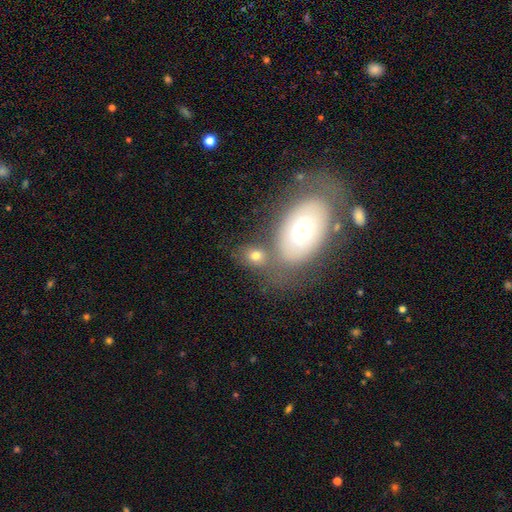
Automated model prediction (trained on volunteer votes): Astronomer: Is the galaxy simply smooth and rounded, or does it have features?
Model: smooth — 71%.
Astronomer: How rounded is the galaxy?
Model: in between — 60% (runner-up: round, 38%).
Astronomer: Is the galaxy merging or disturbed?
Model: none — 54%.